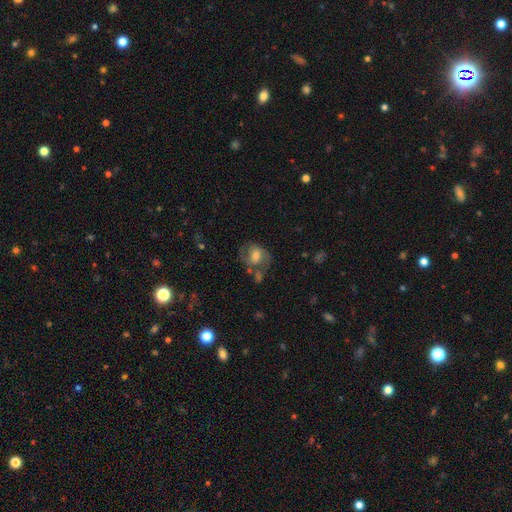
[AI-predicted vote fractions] smooth-or-featured: featured or disk: 53% | smooth: 39% | star or artifact: 9%
  disk-edge-on: no: 96% | yes: 4%
    bar: no: 48% | weak: 39% | strong: 12%
    has-spiral-arms: yes: 71% | no: 29%
    bulge-size: moderate: 60% | small: 24% | large: 12% | none: 3% | dominant: 1%
  merging: none: 46% | minor disturbance: 21% | merger: 18% | major disturbance: 15%